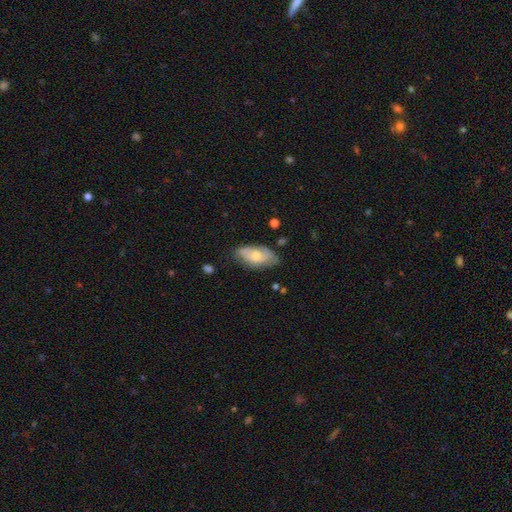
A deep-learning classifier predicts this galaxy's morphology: Smooth or featured: smooth — 56% (featured or disk — 38%)
How rounded: in between — 91% (cigar-shaped — 5%)
Merging: none — 61% (minor disturbance — 29%)